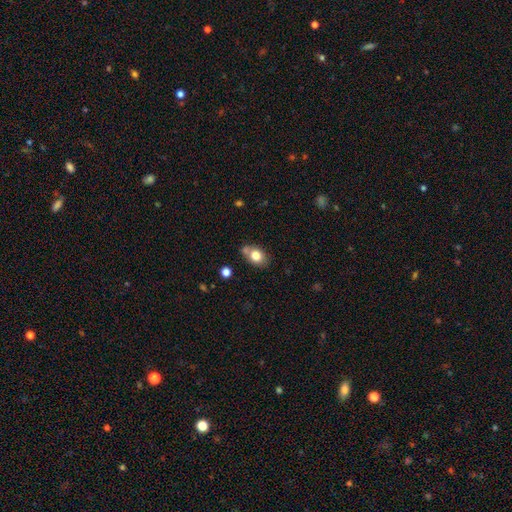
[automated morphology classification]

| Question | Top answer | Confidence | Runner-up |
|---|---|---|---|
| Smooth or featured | smooth | 78% | featured or disk (13%) |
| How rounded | in between | 63% | round (35%) |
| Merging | none | 59% | merger (19%) |